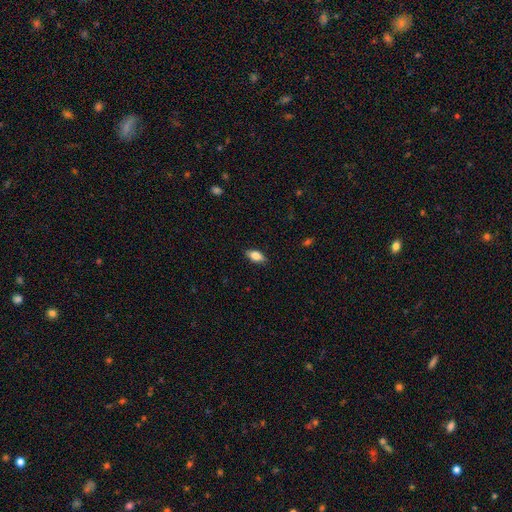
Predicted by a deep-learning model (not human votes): smooth_or_featured: smooth (p=0.78) [alt: featured or disk p=0.14]
how_rounded: in between (p=0.87) [alt: cigar-shaped p=0.09]
merging: none (p=0.85) [alt: minor disturbance p=0.11]